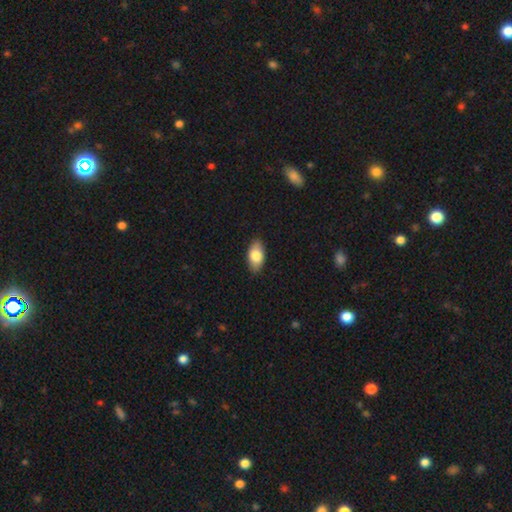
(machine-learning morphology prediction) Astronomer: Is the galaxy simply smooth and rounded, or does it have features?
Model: smooth — 81%.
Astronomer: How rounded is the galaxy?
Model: in between — 92%.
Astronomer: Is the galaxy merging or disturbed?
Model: none — 87%.